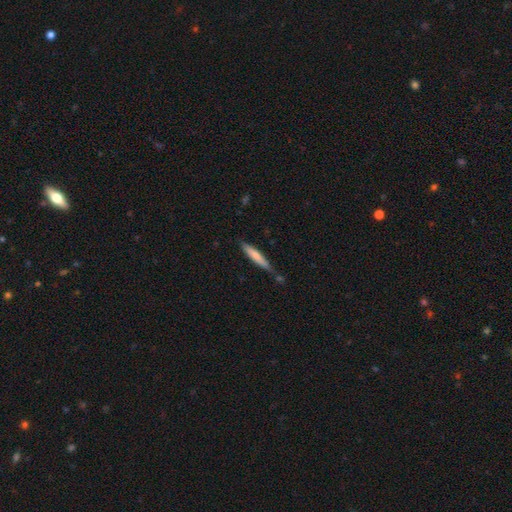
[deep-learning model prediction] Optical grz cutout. It shows a smooth galaxy with no disk features (70%) that is cigar-shaped (91%). Merging: none (71%).